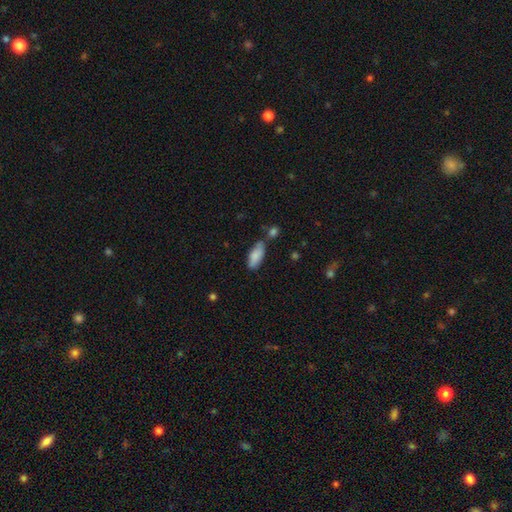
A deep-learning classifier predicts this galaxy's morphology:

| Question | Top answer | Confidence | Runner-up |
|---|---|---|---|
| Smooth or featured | smooth | 83% | featured or disk (11%) |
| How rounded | in between | 81% | cigar-shaped (17%) |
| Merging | none | 64% | minor disturbance (22%) |